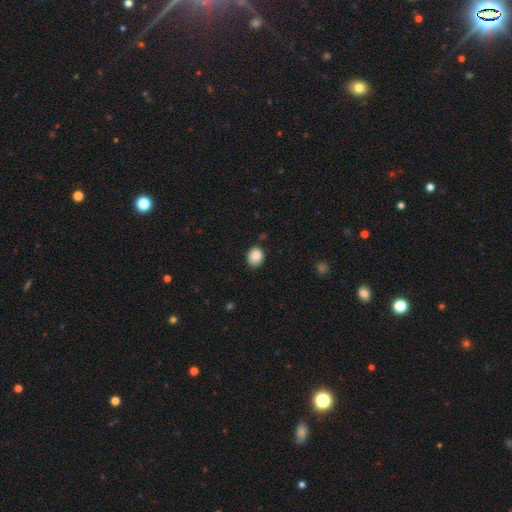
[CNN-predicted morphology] A smooth galaxy with no disk features (88%) that is round (50%). Merging: none (81%).